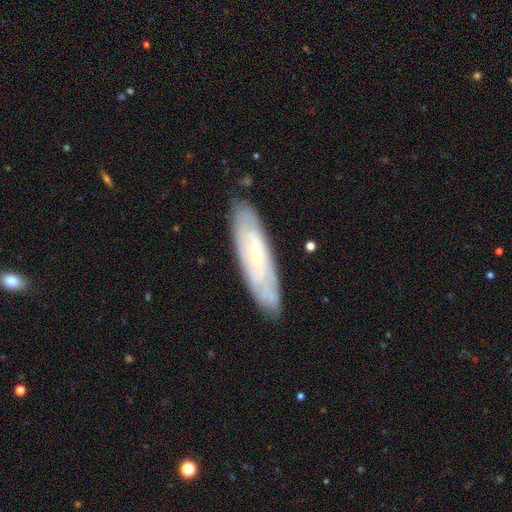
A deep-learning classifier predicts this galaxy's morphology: A featured or disk galaxy (62%). Merging: none (84%).